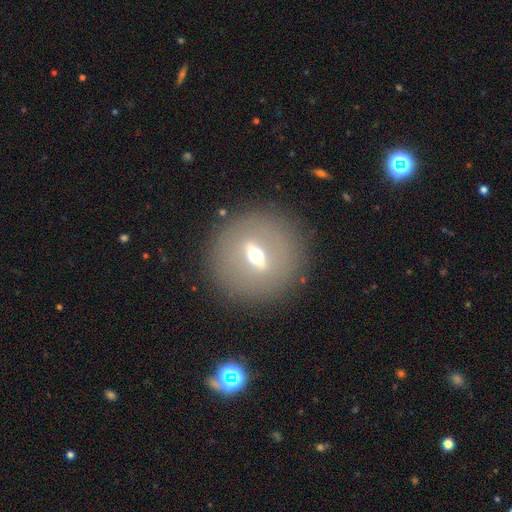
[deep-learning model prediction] Q: Smooth or featured?
A: featured or disk (65%); runner-up: smooth (25%)
Q: Edge-on disk?
A: yes (51%); runner-up: no (49%)
Q: Merging?
A: none (87%); runner-up: minor disturbance (7%)